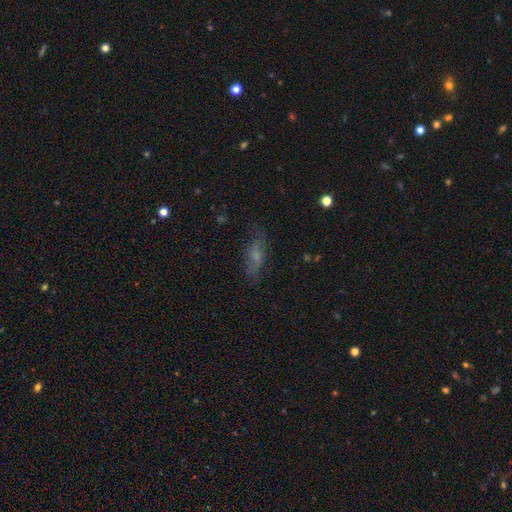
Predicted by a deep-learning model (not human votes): Smooth or featured? smooth (55%)
How rounded? in between (60%)
Merging? none (71%)